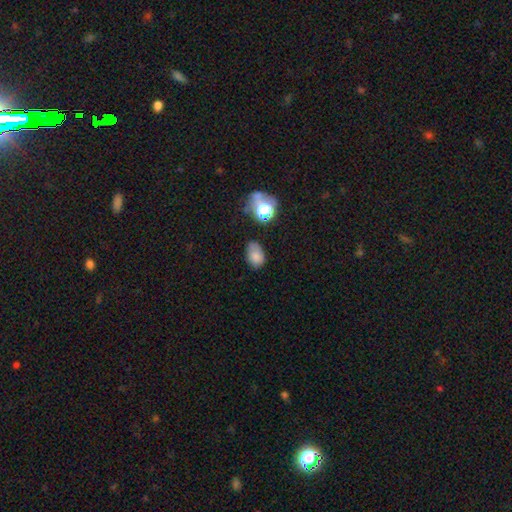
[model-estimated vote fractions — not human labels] Smooth or featured: smooth — 75% (star or artifact — 15%)
How rounded: in between — 80% (round — 19%)
Merging: none — 57% (minor disturbance — 28%)